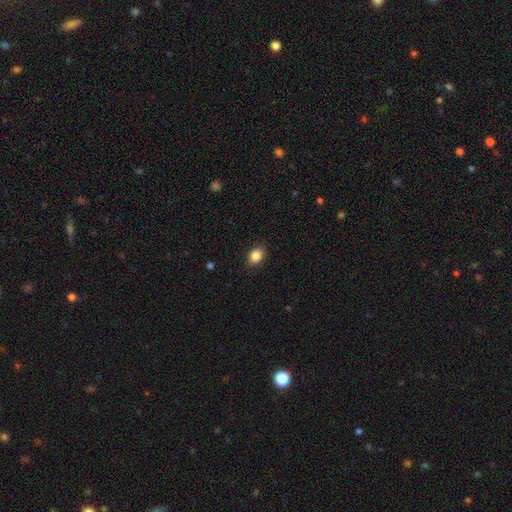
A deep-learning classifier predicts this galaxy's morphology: The model was most divided on "how rounded": in between: 64%, round: 34%, cigar-shaped: 1%. More confident: merging — none (86%); smooth or featured — smooth (86%).